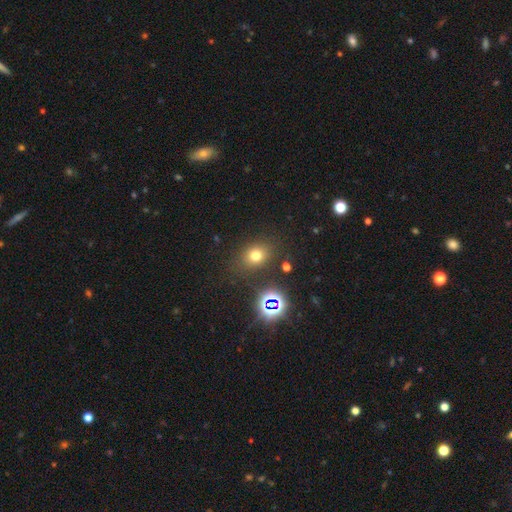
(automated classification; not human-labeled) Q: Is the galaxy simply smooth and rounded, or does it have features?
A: smooth — 69%.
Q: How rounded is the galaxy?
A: round — 54%.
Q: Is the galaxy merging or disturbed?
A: none — 81%.